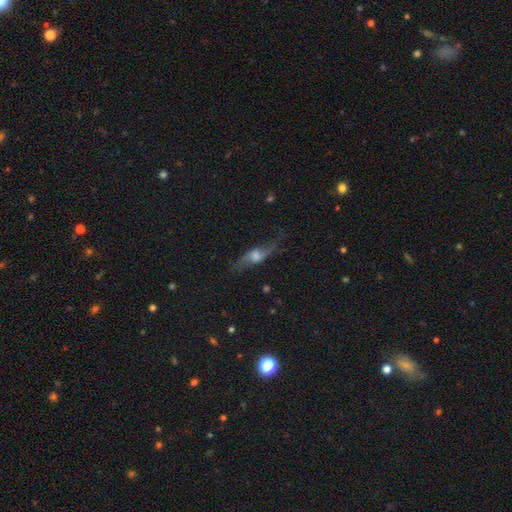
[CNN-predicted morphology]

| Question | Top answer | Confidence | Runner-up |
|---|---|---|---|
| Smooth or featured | featured or disk | 65% | smooth (27%) |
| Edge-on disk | no | 62% | yes (38%) |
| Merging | none | 60% | minor disturbance (22%) |